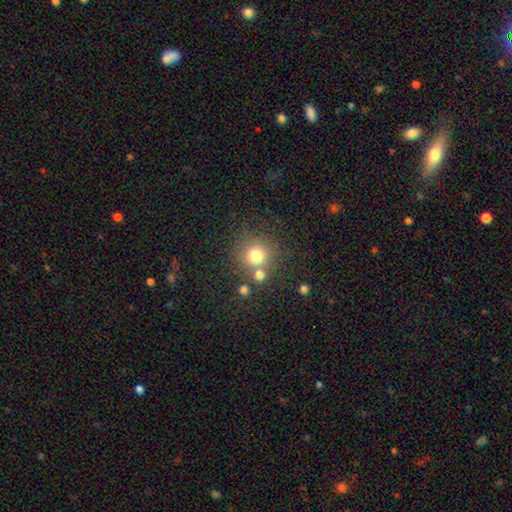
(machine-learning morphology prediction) A smooth galaxy with no disk features (75%) that is round (93%). Merging: none (69%).